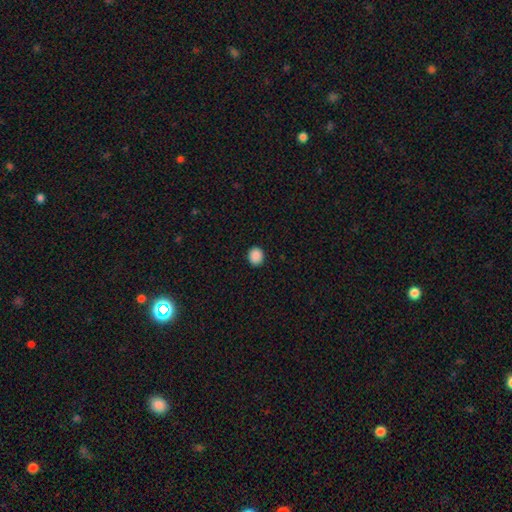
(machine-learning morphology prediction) Smooth or featured? Predicted: smooth (p=0.89). How rounded? Predicted: round (p=0.75). Merging? Predicted: none (p=0.91).